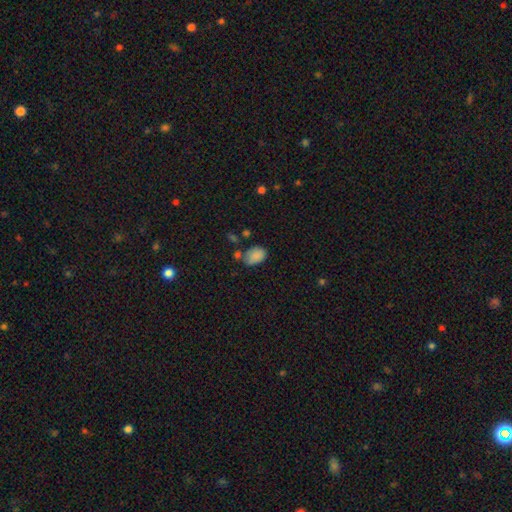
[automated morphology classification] Q: Smooth or featured?
A: smooth (85%); runner-up: star or artifact (9%)
Q: How rounded?
A: in between (83%); runner-up: round (16%)
Q: Merging?
A: none (57%); runner-up: minor disturbance (25%)